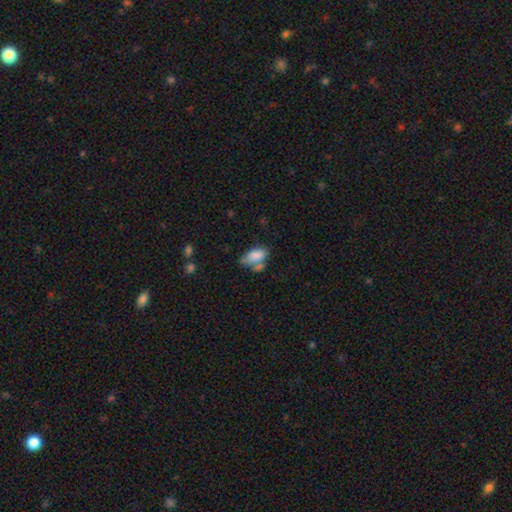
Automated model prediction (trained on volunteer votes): Smooth or featured? Predicted: smooth (p=0.77). How rounded? Predicted: in between (p=0.91). Merging? Predicted: none (p=0.35).